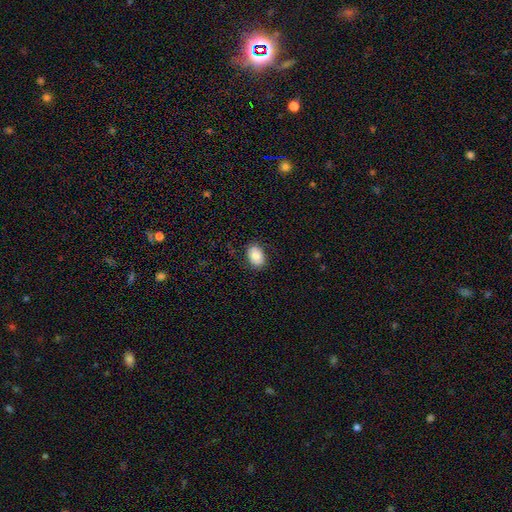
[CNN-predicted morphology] This appears to be a smooth galaxy with no disk features (83%) that is in between round and cigar-shaped (83%). Merging: none (86%).